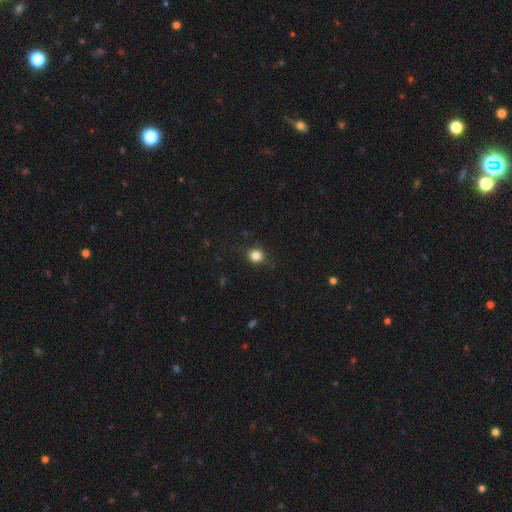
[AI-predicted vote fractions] This appears to be a smooth galaxy with no disk features (83%) that is round (84%). Merging: none (86%).